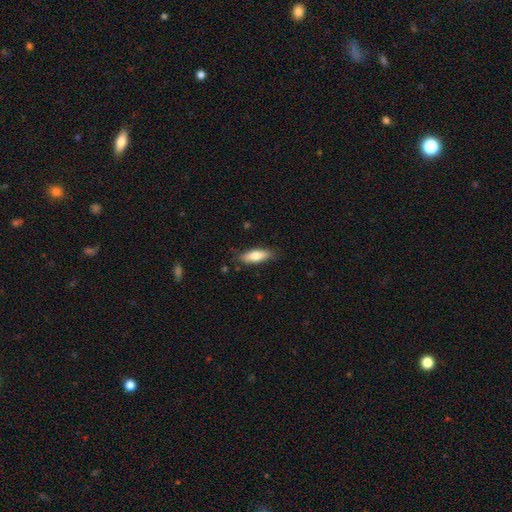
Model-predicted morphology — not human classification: Smooth or featured? smooth (75%)
How rounded? in between (60%)
Merging? none (82%)